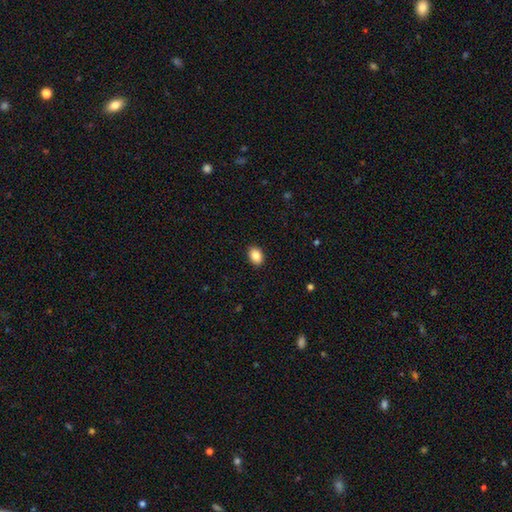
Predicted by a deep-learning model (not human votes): The model was most divided on "how rounded": in between: 76%, round: 23%, cigar-shaped: 1%. More confident: merging — none (90%); smooth or featured — smooth (87%).